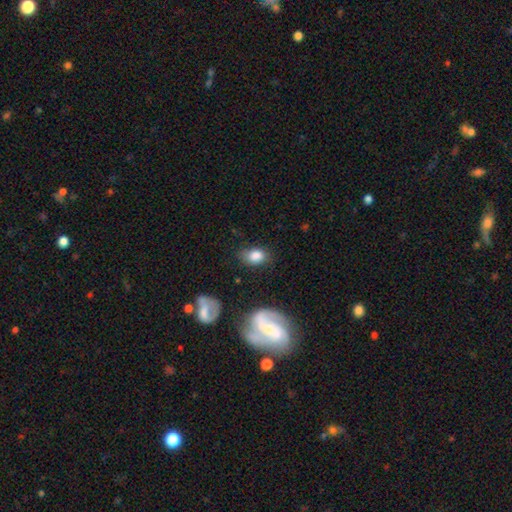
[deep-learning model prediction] Q: Smooth or featured?
A: smooth (80%); runner-up: featured or disk (11%)
Q: How rounded?
A: in between (75%); runner-up: round (23%)
Q: Merging?
A: none (67%); runner-up: minor disturbance (22%)